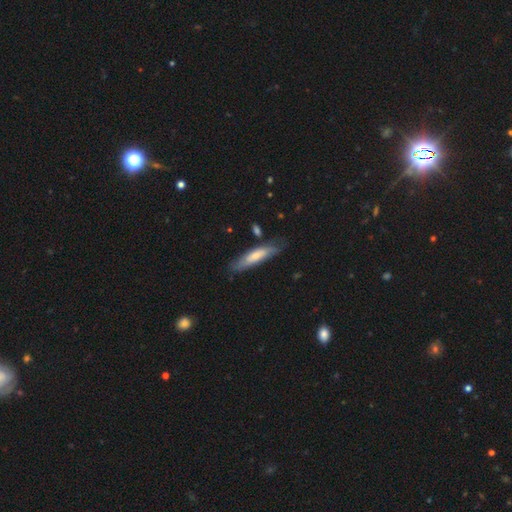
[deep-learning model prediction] A smooth galaxy with no disk features (62%) that is cigar-shaped (71%). Merging: none (69%).